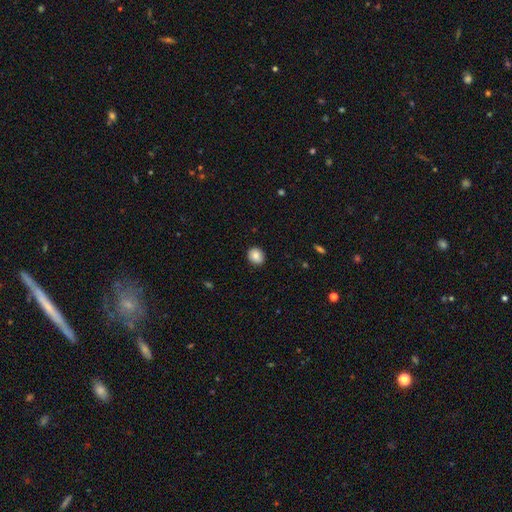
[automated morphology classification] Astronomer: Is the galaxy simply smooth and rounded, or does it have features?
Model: smooth — 86%.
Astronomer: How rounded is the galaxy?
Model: round — 71%.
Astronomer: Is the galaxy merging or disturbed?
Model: none — 89%.